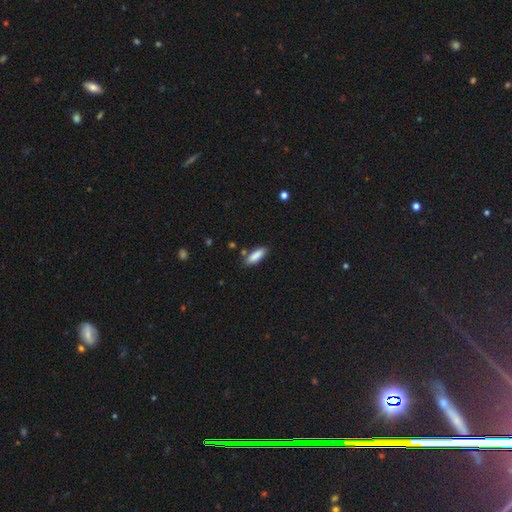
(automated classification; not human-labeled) The model was most divided on "how rounded": in between: 58%, cigar-shaped: 41%, round: 2%. More confident: smooth or featured — smooth (87%); merging — none (80%).